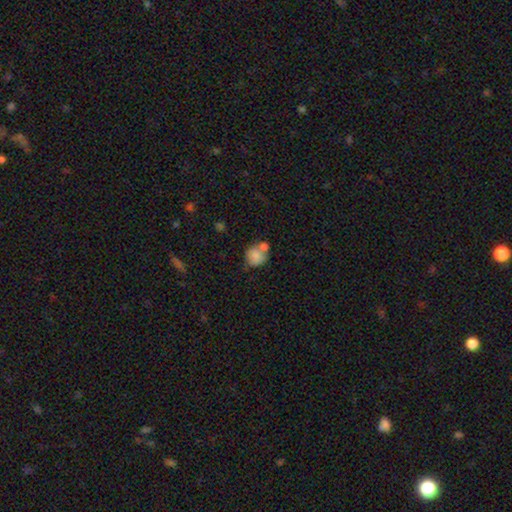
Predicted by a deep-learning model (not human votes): Smooth or featured?
  - smooth: 79% *
  - featured or disk: 12%
  - star or artifact: 9%
How rounded?
  - round: 74% *
  - in between: 25%
  - cigar-shaped: 1%
Merging?
  - merger: 40% *
  - none: 38%
  - minor disturbance: 15%
  - major disturbance: 6%